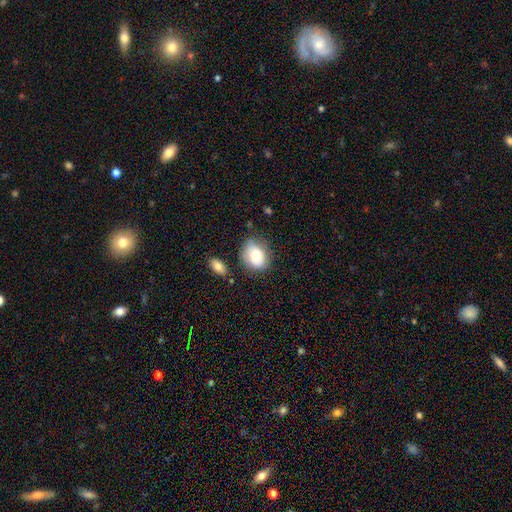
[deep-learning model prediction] smooth_or_featured: smooth (p=0.77) [alt: featured or disk p=0.15]
how_rounded: in between (p=0.61) [alt: round p=0.38]
merging: none (p=0.65) [alt: minor disturbance p=0.23]